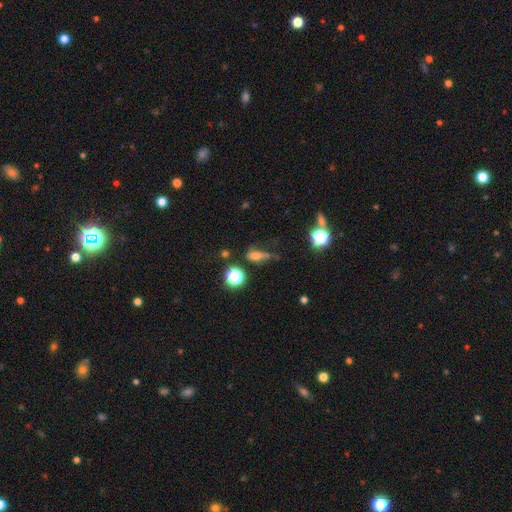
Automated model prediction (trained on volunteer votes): Overall: smooth (58%; star or artifact 22%). How rounded: in between (56%; round 25%). Merging: none (37%; minor disturbance 27%).